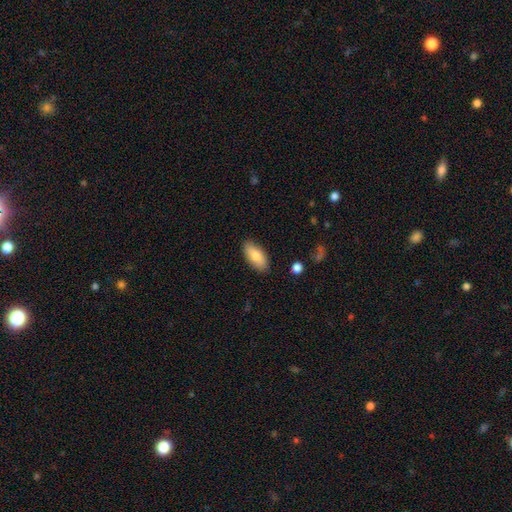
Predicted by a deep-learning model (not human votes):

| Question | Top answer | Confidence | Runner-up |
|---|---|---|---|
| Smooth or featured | smooth | 80% | featured or disk (13%) |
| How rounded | in between | 88% | cigar-shaped (10%) |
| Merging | none | 85% | minor disturbance (11%) |